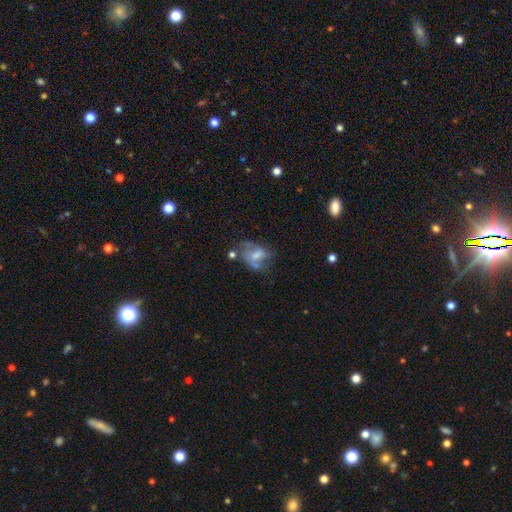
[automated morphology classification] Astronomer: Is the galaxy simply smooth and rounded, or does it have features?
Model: featured or disk — 53% (runner-up: smooth, 37%).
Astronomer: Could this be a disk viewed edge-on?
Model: no — 96%.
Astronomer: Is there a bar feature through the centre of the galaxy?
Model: no — 52% (runner-up: weak, 37%).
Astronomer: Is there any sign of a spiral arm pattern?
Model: yes — 54% (runner-up: no, 46%).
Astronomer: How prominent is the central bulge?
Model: moderate — 40% (runner-up: small, 28%).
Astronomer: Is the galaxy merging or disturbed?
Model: none — 34% (runner-up: major disturbance, 28%).